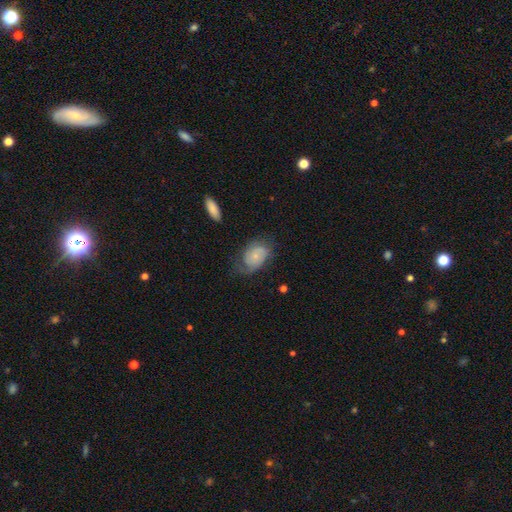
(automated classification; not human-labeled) A featured or disk galaxy (62%) with no bar (75%), 2 (52%) tight (43%) spiral arms (88%) and a small central bulge (72%). Merging: none (51%).